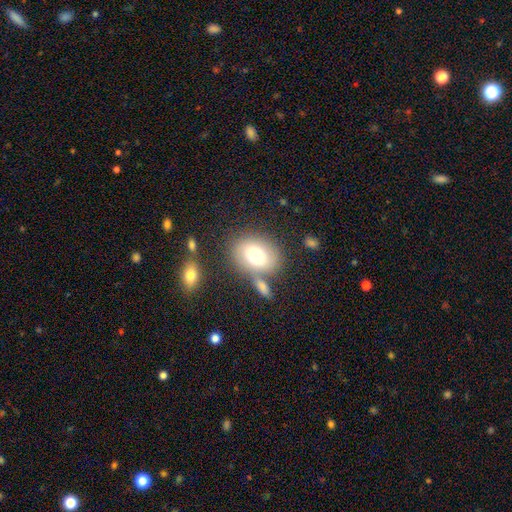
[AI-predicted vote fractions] Morphology: type=smooth (73%); roundness=in between (65%); merging=none (62%).